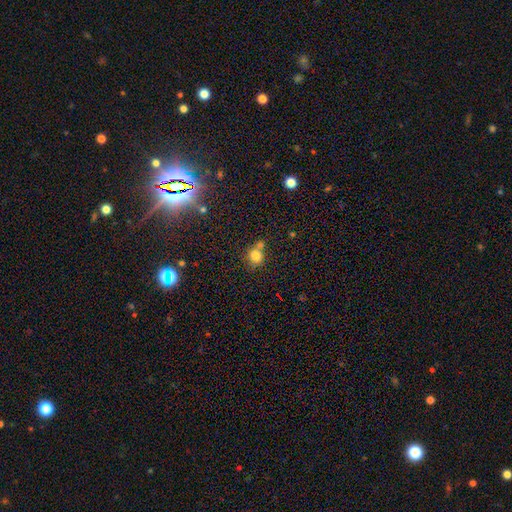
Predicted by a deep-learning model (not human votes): A smooth galaxy with no disk features (80%) that is round (79%). Merging: none (52%).